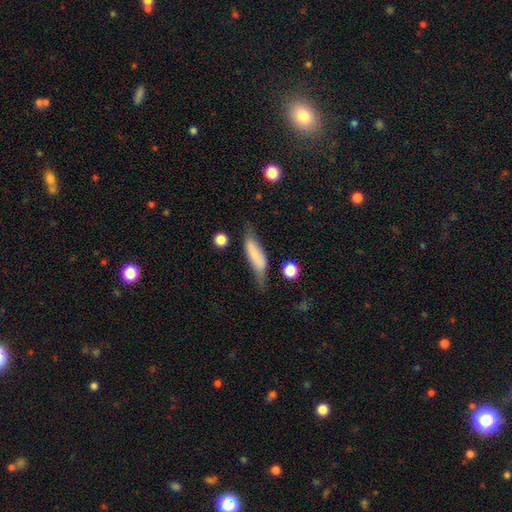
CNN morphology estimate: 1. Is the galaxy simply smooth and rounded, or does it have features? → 60% smooth, 32% featured or disk, 8% star or artifact.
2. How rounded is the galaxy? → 60% cigar-shaped, 38% in between, 3% round.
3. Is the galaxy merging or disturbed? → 49% none, 32% minor disturbance, 14% major disturbance, 4% merger.